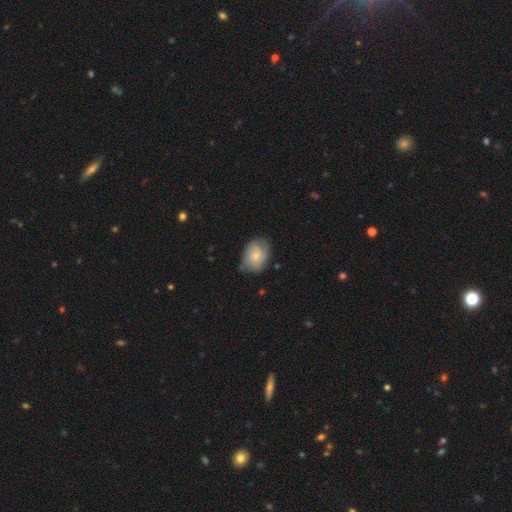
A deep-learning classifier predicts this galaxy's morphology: The model was most divided on "merging": none: 62%, minor disturbance: 30%, major disturbance: 6%, merger: 2%. More confident: how rounded — in between (72%); smooth or featured — smooth (69%).